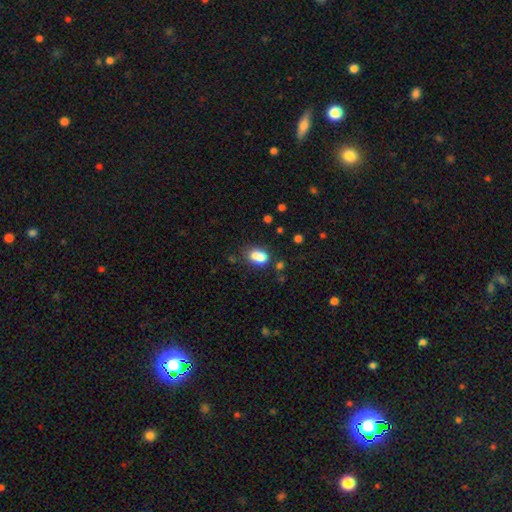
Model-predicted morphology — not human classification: Overall: smooth (71%). How rounded: in between (57%; round 42%). Merging: merger (53%; none 32%).